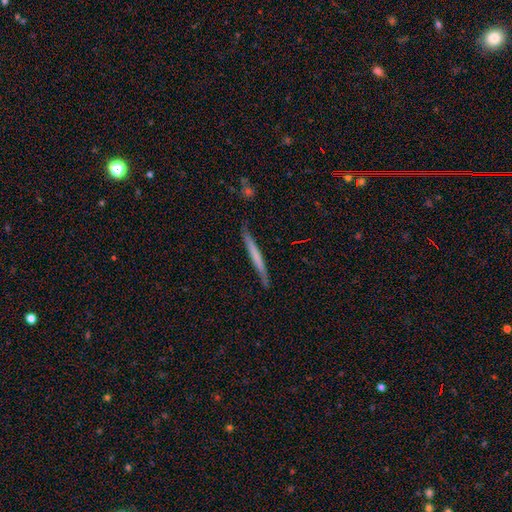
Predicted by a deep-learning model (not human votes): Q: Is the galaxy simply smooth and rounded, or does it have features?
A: smooth — 50%.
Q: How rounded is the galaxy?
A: cigar-shaped — 97%.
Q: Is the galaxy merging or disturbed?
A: none — 85%.